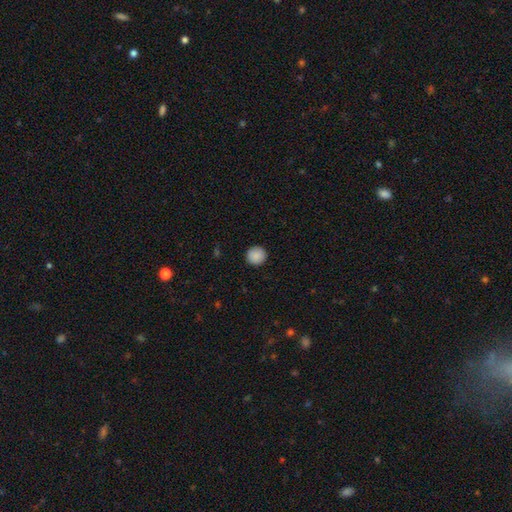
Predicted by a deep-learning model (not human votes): The model was most divided on "smooth or featured": smooth: 89%, star or artifact: 8%, featured or disk: 3%. More confident: how rounded — round (95%); merging — none (92%).